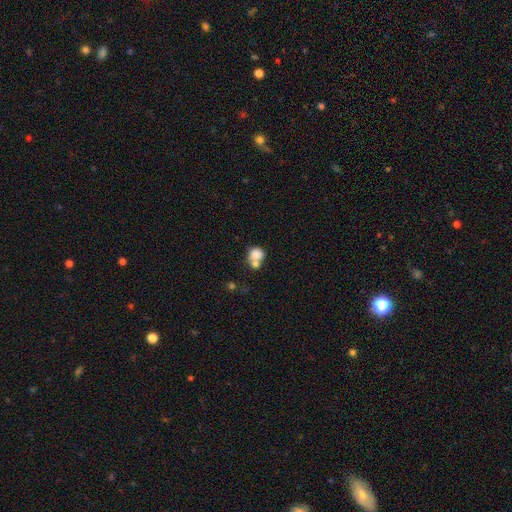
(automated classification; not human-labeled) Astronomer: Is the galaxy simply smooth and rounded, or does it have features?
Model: smooth — 79%.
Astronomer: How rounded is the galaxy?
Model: round — 70%.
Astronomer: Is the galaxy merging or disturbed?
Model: merger — 52% (runner-up: none, 33%).